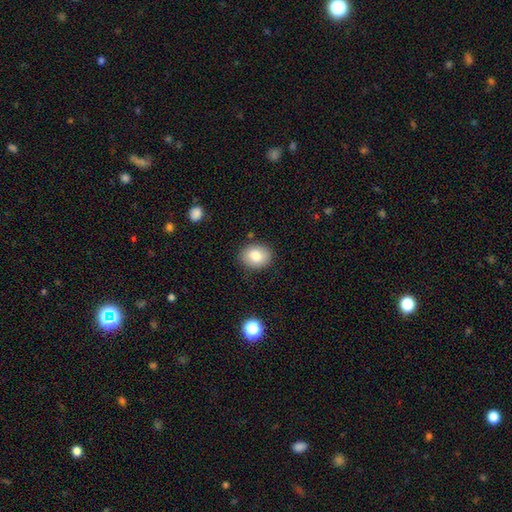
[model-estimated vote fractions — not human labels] This is clearly a smooth galaxy (80%). How rounded: possibly in between (50%). Merging: clearly none (85%).